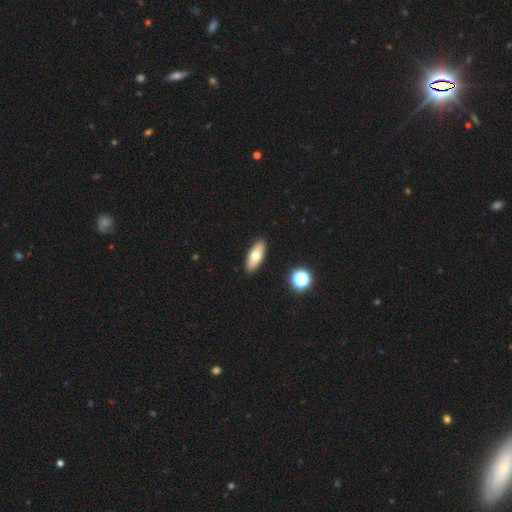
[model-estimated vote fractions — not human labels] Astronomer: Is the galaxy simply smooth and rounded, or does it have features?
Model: smooth — 66%.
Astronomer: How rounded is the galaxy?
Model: in between — 73%.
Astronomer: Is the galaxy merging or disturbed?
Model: none — 90%.